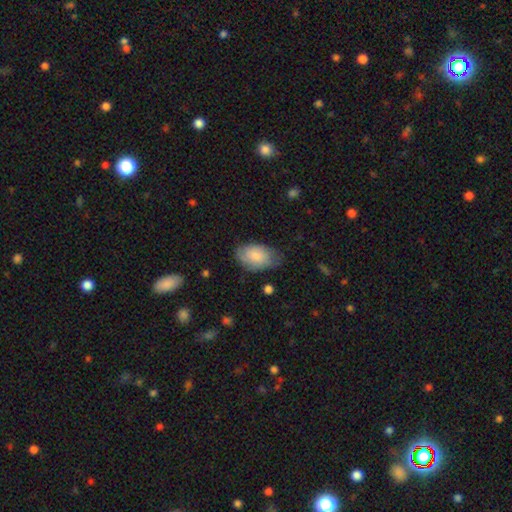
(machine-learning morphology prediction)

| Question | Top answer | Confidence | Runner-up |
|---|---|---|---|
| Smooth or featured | smooth | 81% | featured or disk (13%) |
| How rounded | in between | 92% | round (7%) |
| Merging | none | 62% | minor disturbance (30%) |